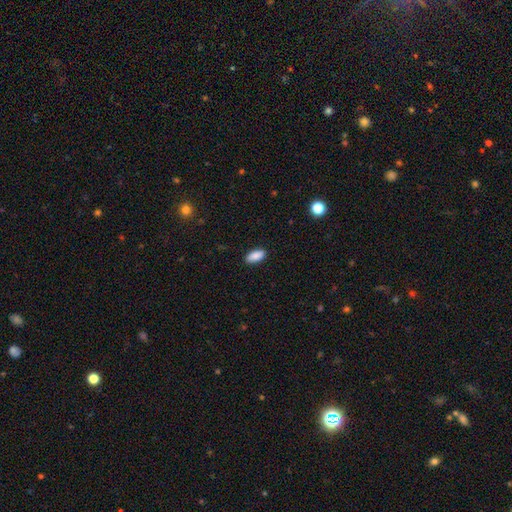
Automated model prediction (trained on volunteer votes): This appears to be a smooth galaxy with no disk features (89%) that is in between round and cigar-shaped (89%). Merging: none (89%).